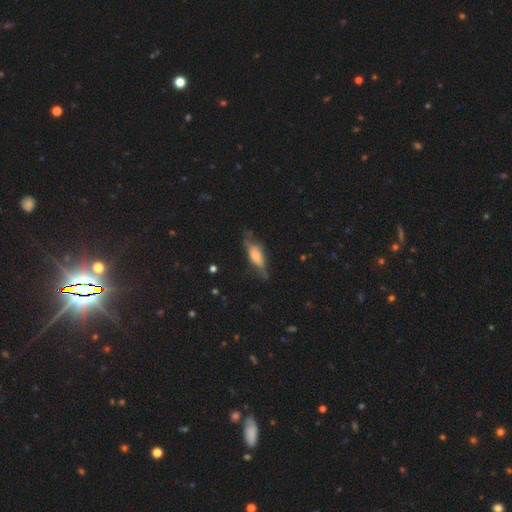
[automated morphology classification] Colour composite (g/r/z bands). It shows a smooth galaxy with no disk features (49%). Merging: none (58%).